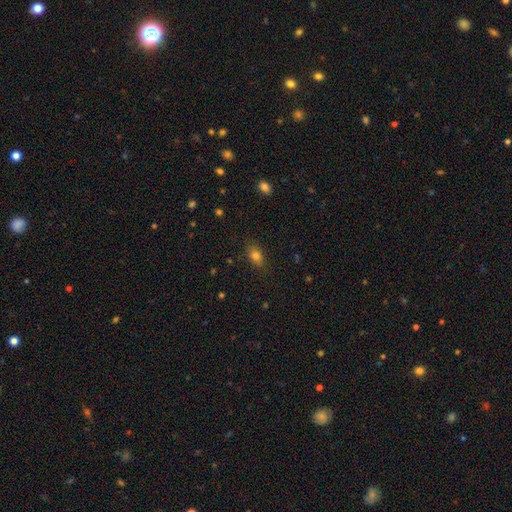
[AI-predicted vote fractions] Q: Smooth or featured?
A: smooth (79%); runner-up: star or artifact (13%)
Q: How rounded?
A: in between (81%); runner-up: round (15%)
Q: Merging?
A: none (84%); runner-up: minor disturbance (12%)